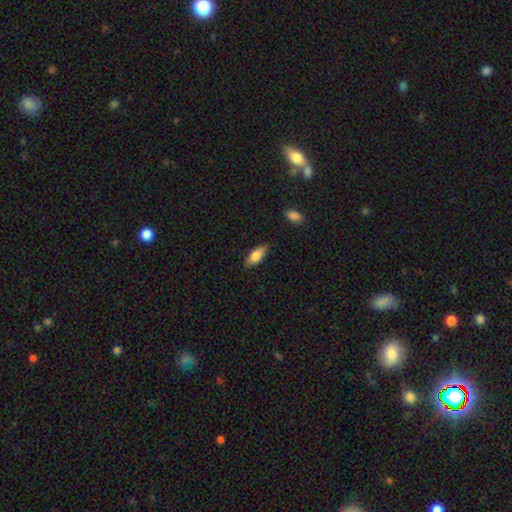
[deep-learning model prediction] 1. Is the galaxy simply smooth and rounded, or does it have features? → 80% smooth, 14% featured or disk, 6% star or artifact.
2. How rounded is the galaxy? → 79% in between, 19% cigar-shaped, 2% round.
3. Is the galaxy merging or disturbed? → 84% none, 12% minor disturbance, 2% major disturbance, 1% merger.